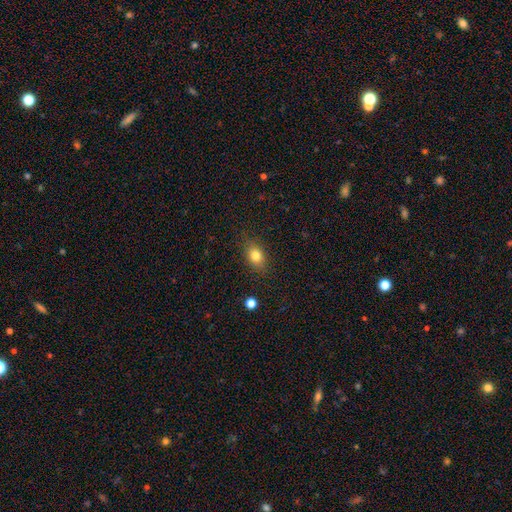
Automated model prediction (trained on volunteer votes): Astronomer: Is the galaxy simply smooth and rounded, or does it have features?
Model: smooth — 80%.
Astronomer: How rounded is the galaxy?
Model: in between — 71%.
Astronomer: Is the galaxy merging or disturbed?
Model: none — 83%.